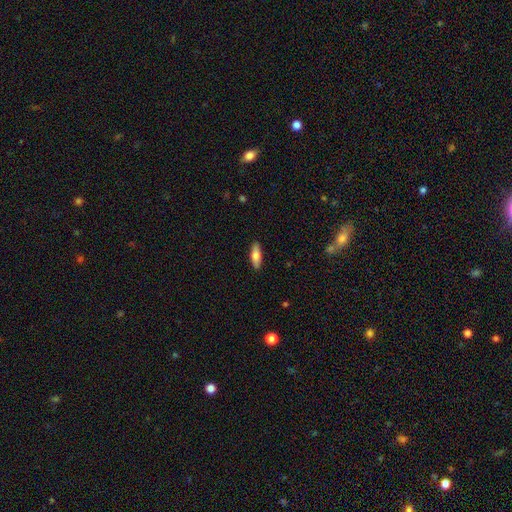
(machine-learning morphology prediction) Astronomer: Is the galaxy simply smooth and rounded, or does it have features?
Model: smooth — 75%.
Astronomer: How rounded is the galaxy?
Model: in between — 57% (runner-up: cigar-shaped, 41%).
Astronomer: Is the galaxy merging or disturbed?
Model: none — 90%.